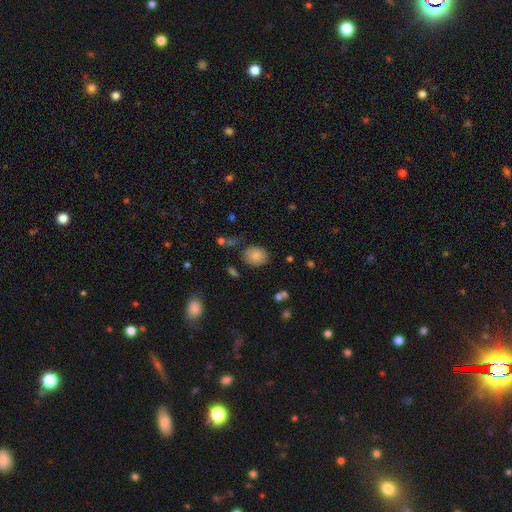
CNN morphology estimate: Overall: smooth (82%). How rounded: in between (52%; round 47%). Merging: none (77%).